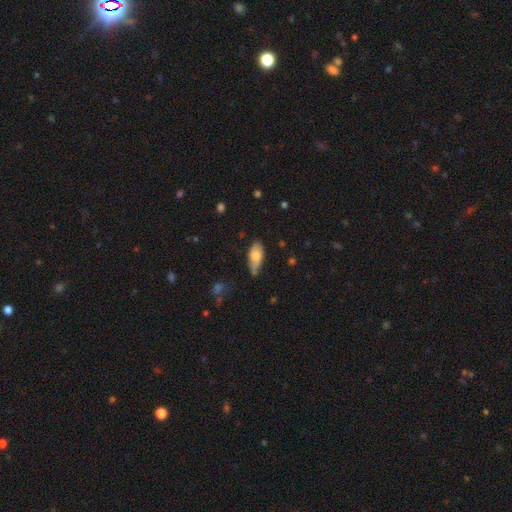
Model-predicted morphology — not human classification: Overall: smooth (71%). How rounded: in between (88%). Merging: none (65%; minor disturbance 27%).